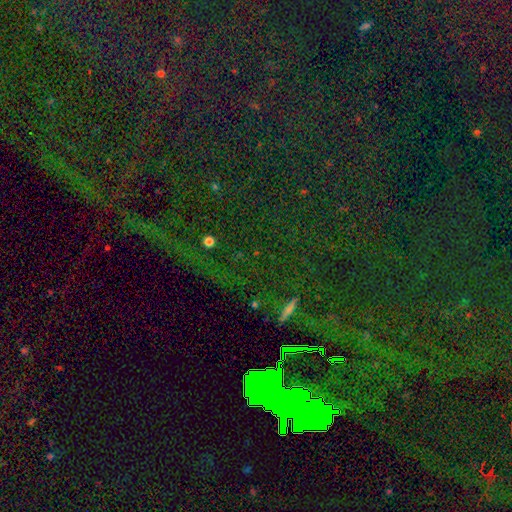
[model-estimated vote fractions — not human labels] smooth-or-featured: star or artifact: 79% | smooth: 11% | featured or disk: 10%